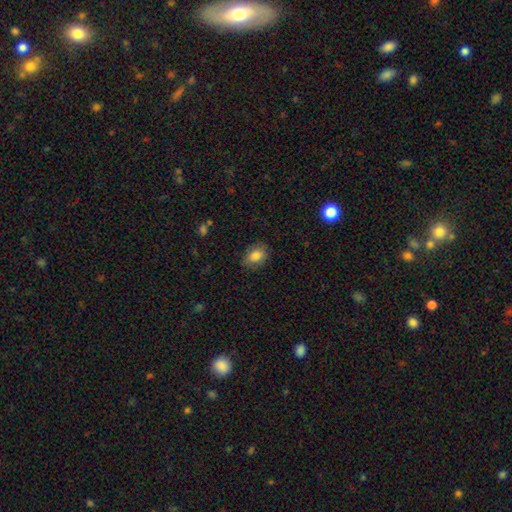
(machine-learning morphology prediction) Q: Smooth or featured?
A: smooth (84%); runner-up: star or artifact (9%)
Q: How rounded?
A: in between (72%); runner-up: round (27%)
Q: Merging?
A: none (83%); runner-up: minor disturbance (13%)